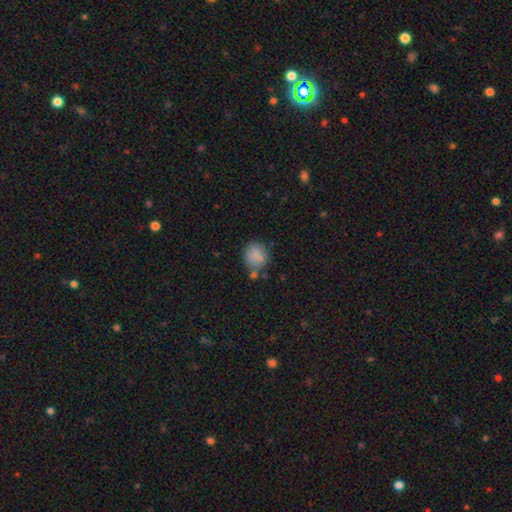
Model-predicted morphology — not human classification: The model was most divided on "merging": none: 61%, minor disturbance: 20%, merger: 12%, major disturbance: 7%. More confident: smooth or featured — smooth (81%); how rounded — round (79%).